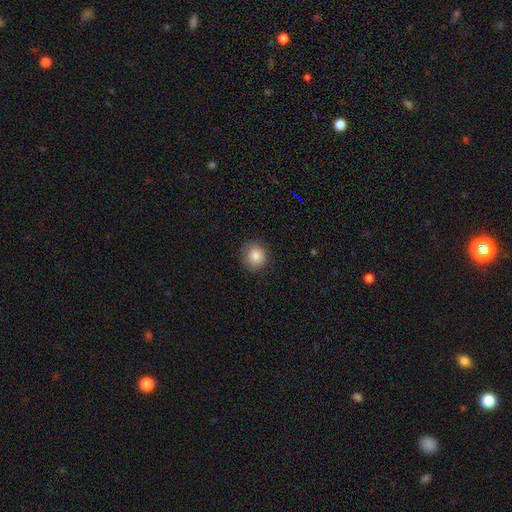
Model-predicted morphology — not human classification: Smooth or featured: smooth — 86% (star or artifact — 9%)
How rounded: round — 86% (in between — 13%)
Merging: none — 84% (minor disturbance — 11%)